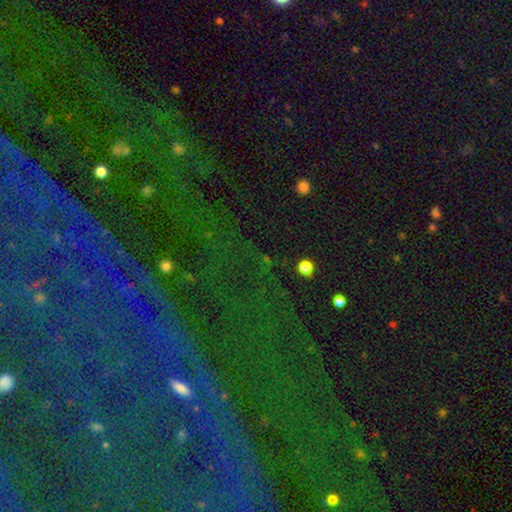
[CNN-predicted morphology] This is likely a star or artifact rather than a galaxy (80%).